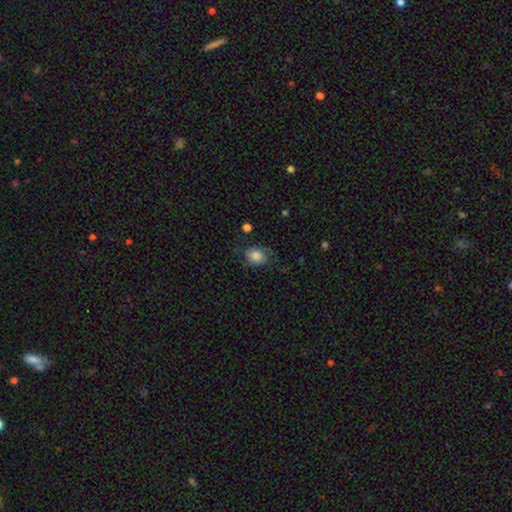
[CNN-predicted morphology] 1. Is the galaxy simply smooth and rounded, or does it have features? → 64% smooth, 27% featured or disk, 9% star or artifact.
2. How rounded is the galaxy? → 64% in between, 35% round, 1% cigar-shaped.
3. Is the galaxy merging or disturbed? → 61% none, 24% minor disturbance, 14% major disturbance, 2% merger.